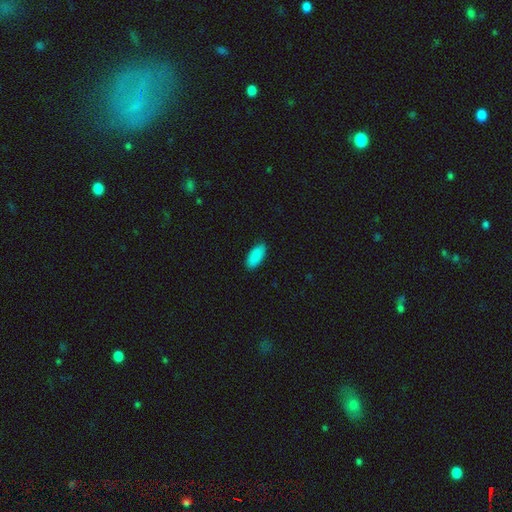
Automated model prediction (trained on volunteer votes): A smooth galaxy with no disk features (90%) that is in between round and cigar-shaped (90%). Merging: none (86%).